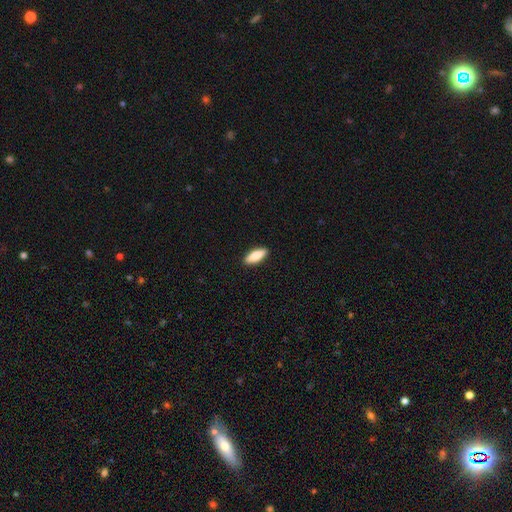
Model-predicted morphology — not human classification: This is clearly a smooth galaxy (80%). How rounded: likely in between (61%). Merging: clearly none (91%).